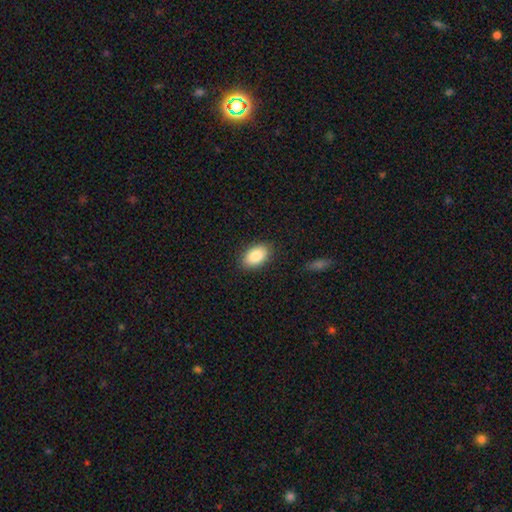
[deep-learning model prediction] smooth_or_featured: smooth (p=0.88) [alt: star or artifact p=0.07]
how_rounded: in between (p=0.92) [alt: round p=0.06]
merging: none (p=0.87) [alt: minor disturbance p=0.09]